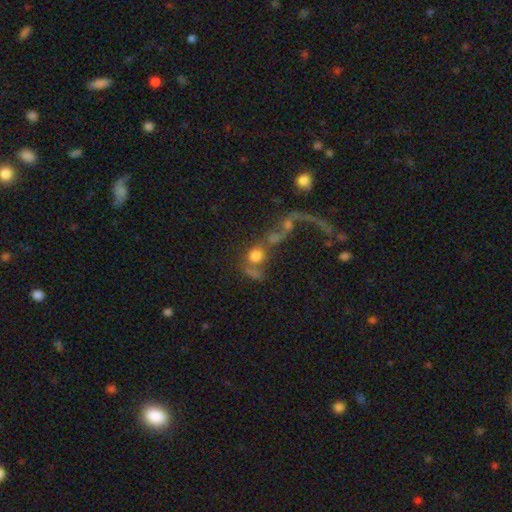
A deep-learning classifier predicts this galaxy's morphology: Q: Smooth or featured?
A: smooth (57%); runner-up: featured or disk (25%)
Q: How rounded?
A: round (69%); runner-up: in between (26%)
Q: Merging?
A: merger (54%); runner-up: none (21%)